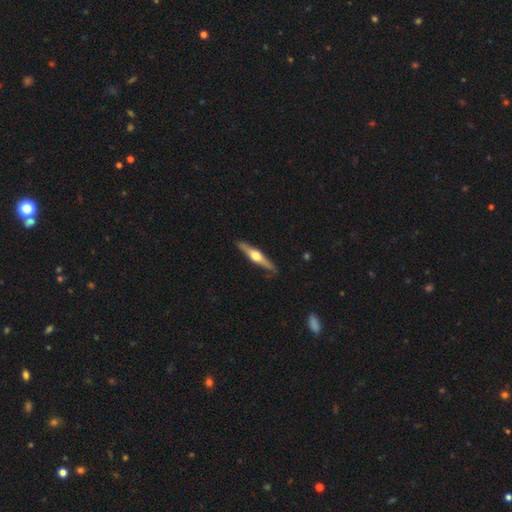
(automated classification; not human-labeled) Morphology: type=featured or disk (69%); edge-on=yes (97%); edge-on bulge=rounded (94%); merging=none (87%).